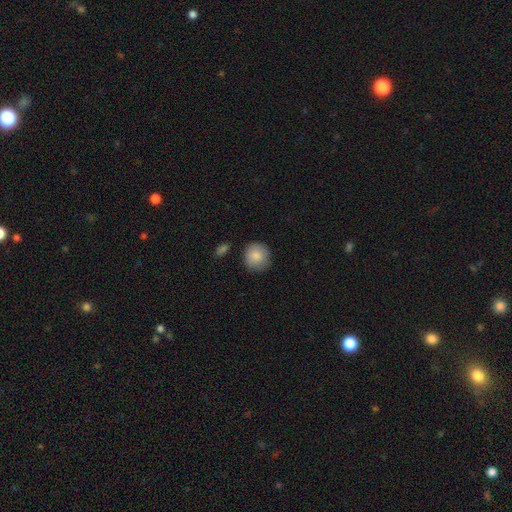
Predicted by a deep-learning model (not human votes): Smooth or featured? Predicted: smooth (p=0.86). How rounded? Predicted: round (p=0.92). Merging? Predicted: none (p=0.82).